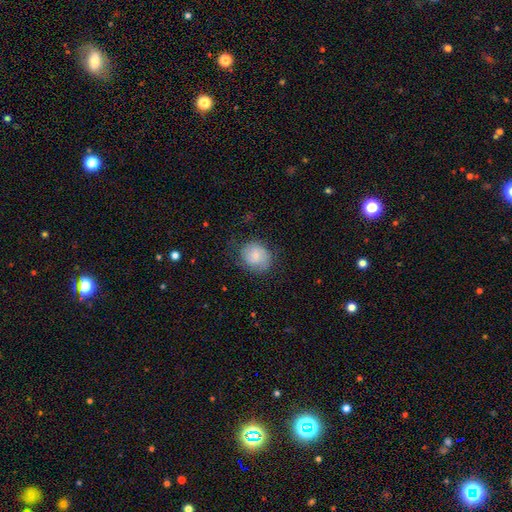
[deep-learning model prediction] Overall: smooth (71%). How rounded: round (68%; in between 31%). Merging: none (68%).